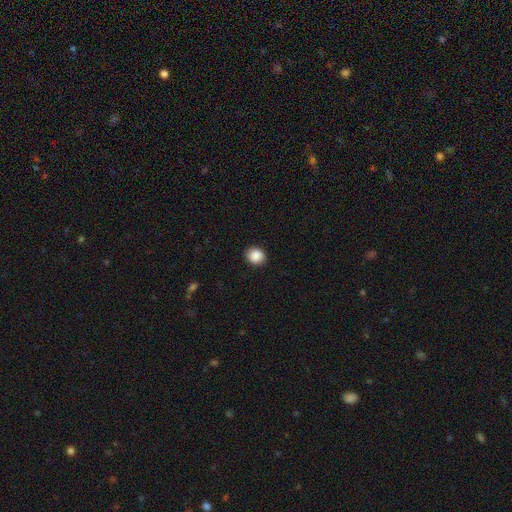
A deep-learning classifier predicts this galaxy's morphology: Smooth or featured?
  - smooth: 89% *
  - star or artifact: 8%
  - featured or disk: 3%
How rounded?
  - round: 75% *
  - in between: 24%
  - cigar-shaped: 1%
Merging?
  - none: 89% *
  - minor disturbance: 8%
  - major disturbance: 2%
  - merger: 1%